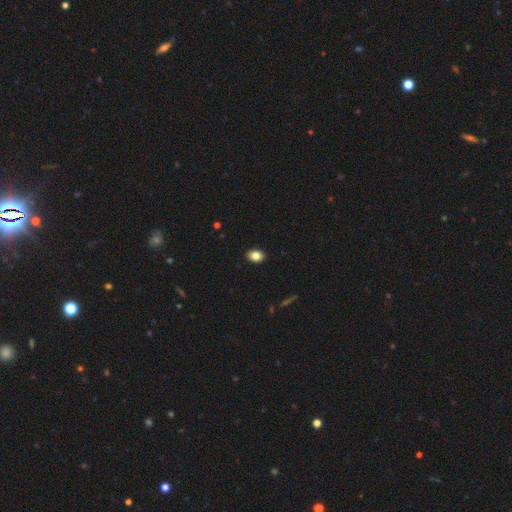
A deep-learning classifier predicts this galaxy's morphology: Overall: smooth (84%). How rounded: in between (69%; round 29%). Merging: none (90%).